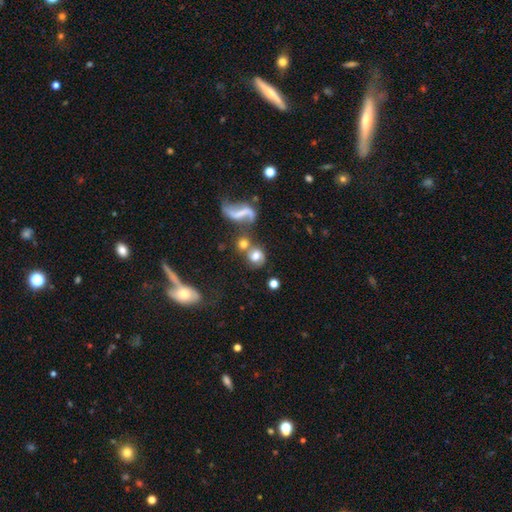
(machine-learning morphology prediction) smooth_or_featured: smooth (p=0.55) [alt: featured or disk p=0.33]
how_rounded: round (p=0.70) [alt: in between p=0.28]
merging: none (p=0.40) [alt: merger p=0.38]